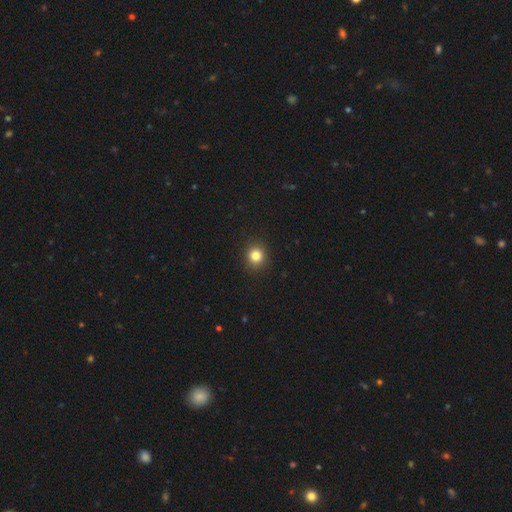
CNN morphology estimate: The model was most divided on "smooth or featured": smooth: 83%, star or artifact: 12%, featured or disk: 5%. More confident: merging — none (92%); how rounded — round (88%).